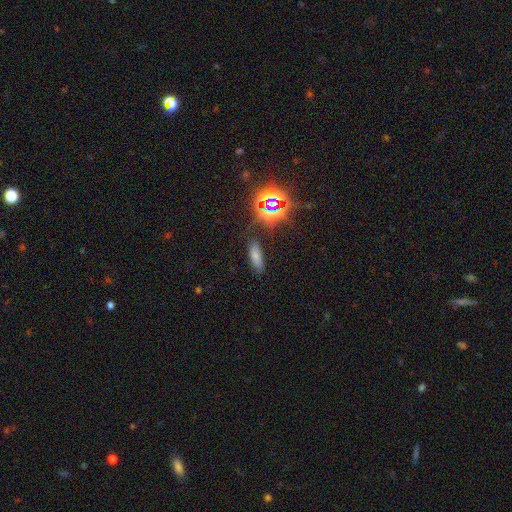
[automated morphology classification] This appears to be a smooth galaxy with no disk features (68%) that is in between round and cigar-shaped (60%). Merging: none (83%).